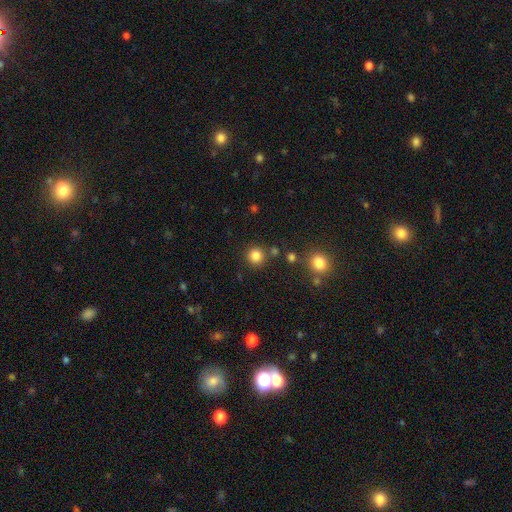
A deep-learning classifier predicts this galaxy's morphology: Overall: smooth (83%). How rounded: round (93%). Merging: none (86%).